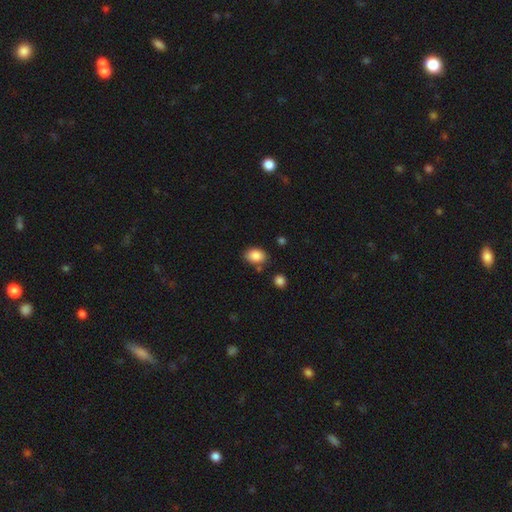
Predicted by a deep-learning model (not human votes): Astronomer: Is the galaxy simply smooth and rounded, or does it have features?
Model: smooth — 87%.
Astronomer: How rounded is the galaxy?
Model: in between — 74%.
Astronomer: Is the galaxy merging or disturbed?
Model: none — 75%.